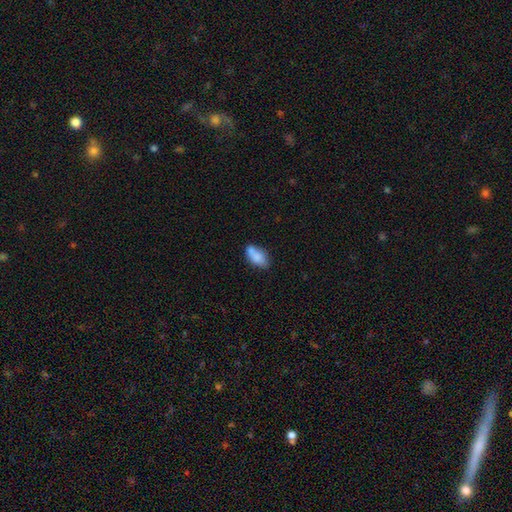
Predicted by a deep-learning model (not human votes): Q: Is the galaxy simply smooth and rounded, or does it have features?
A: smooth — 77%.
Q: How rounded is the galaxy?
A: in between — 89%.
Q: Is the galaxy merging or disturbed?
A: none — 49%.